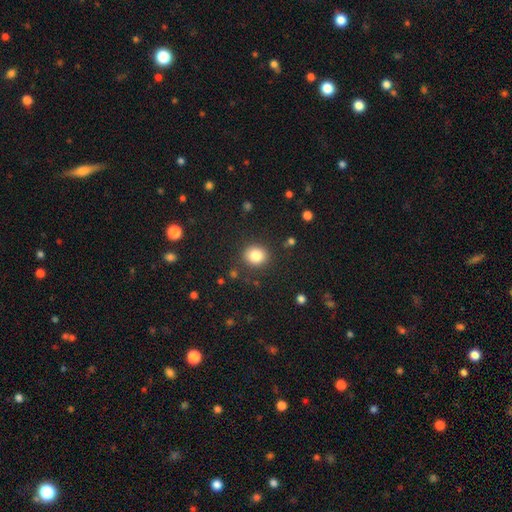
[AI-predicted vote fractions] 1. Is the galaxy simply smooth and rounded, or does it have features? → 83% smooth, 10% star or artifact, 7% featured or disk.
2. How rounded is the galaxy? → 74% round, 25% in between, 1% cigar-shaped.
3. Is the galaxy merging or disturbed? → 87% none, 8% minor disturbance, 3% major disturbance, 2% merger.